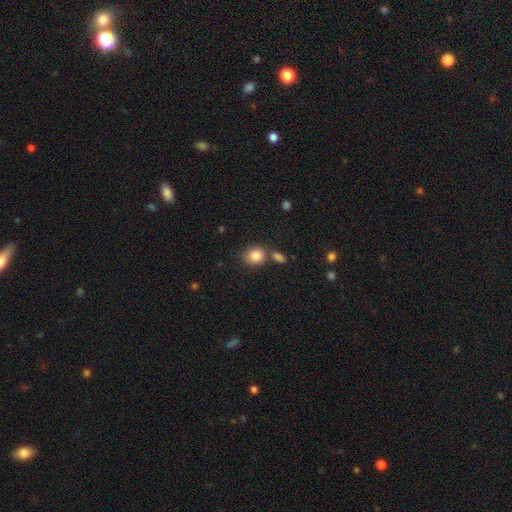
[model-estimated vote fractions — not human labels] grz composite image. It shows a smooth galaxy with no disk features (85%) that is round (71%). Merging: none (64%).